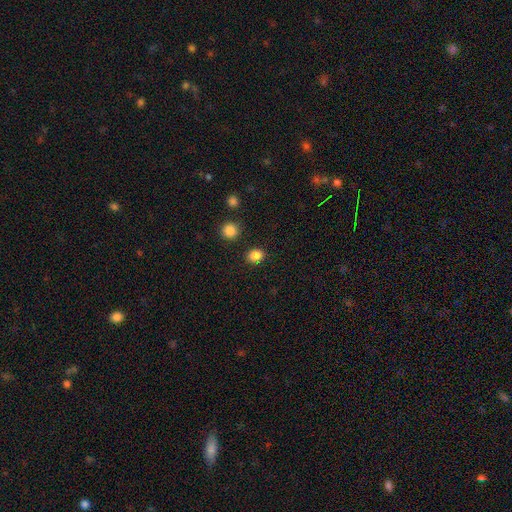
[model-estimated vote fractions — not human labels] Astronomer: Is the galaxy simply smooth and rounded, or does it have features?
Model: smooth — 85%.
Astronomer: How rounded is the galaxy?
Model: round — 57% (runner-up: in between, 42%).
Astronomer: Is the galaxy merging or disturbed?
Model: none — 87%.